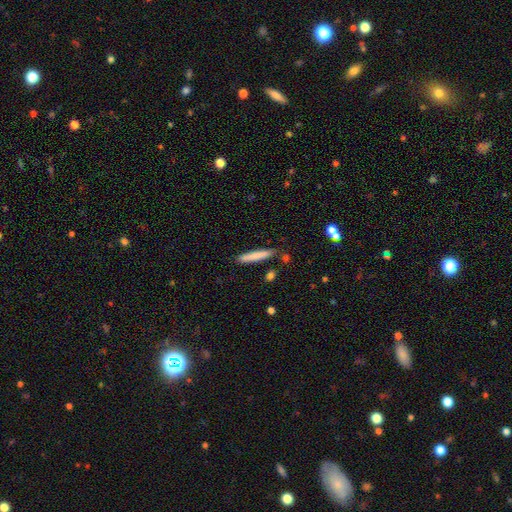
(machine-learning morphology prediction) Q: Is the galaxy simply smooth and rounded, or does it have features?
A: smooth — 79%.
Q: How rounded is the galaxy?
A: cigar-shaped — 93%.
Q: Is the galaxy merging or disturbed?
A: none — 84%.